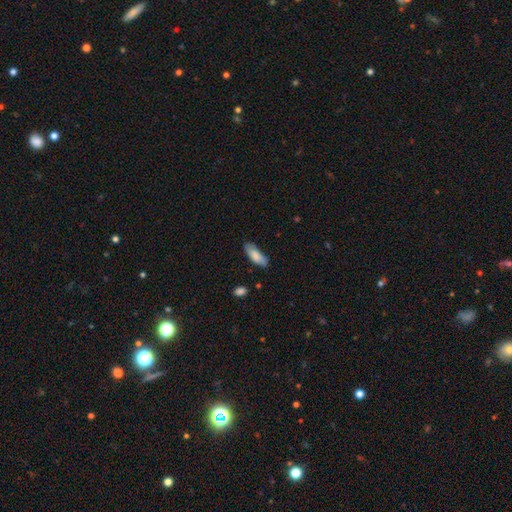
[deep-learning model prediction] Smooth or featured? smooth (83%)
How rounded? in between (73%)
Merging? none (74%)